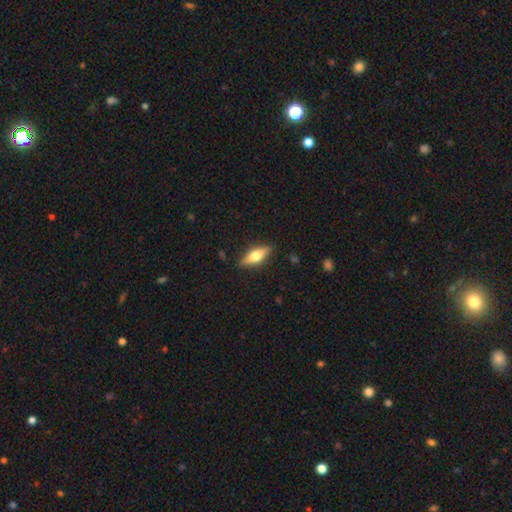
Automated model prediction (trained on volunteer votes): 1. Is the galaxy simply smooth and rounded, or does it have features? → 55% featured or disk, 39% smooth, 7% star or artifact.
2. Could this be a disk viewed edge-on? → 93% yes, 7% no.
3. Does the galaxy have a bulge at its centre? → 95% rounded, 4% boxy, 2% none.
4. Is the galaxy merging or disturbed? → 87% none, 9% minor disturbance, 2% major disturbance, 1% merger.